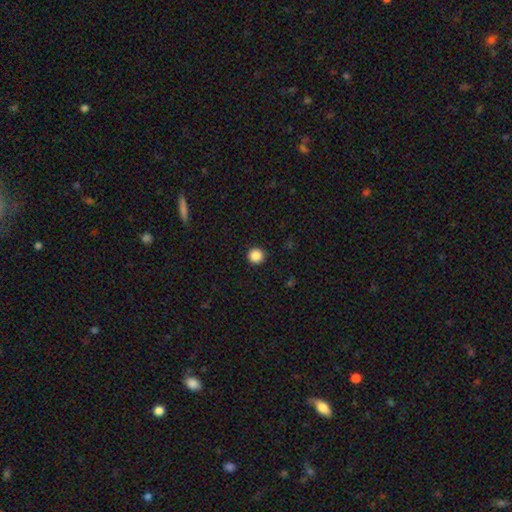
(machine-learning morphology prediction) Smooth or featured? Predicted: smooth (p=0.87). How rounded? Predicted: round (p=0.95). Merging? Predicted: none (p=0.93).